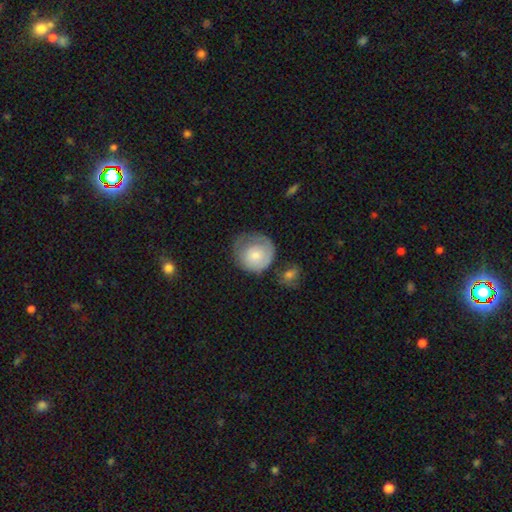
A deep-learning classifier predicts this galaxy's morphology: A smooth galaxy with no disk features (67%) that is round (85%).

Vote fractions:
- Smooth or featured? smooth: 67% / featured or disk: 26% / star or artifact: 6%
- How rounded? round: 85% / in between: 14% / cigar-shaped: 1%
- Merging? none: 47% / minor disturbance: 28% / major disturbance: 19% / merger: 6%